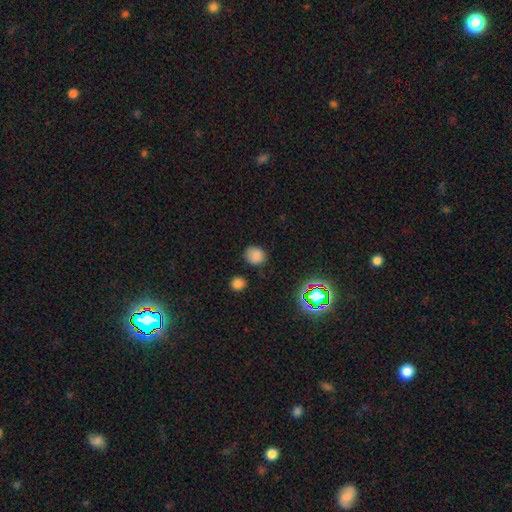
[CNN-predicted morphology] Smooth or featured: smooth — 80% (star or artifact — 15%)
How rounded: round — 76% (in between — 23%)
Merging: none — 79% (minor disturbance — 15%)